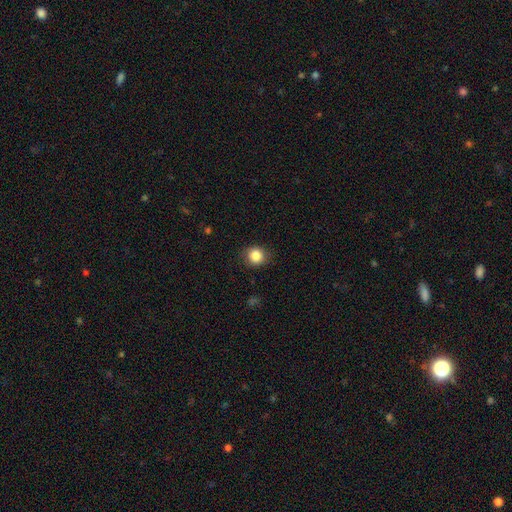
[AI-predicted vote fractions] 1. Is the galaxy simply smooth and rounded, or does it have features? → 85% smooth, 10% star or artifact, 5% featured or disk.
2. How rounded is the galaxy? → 85% round, 14% in between, 1% cigar-shaped.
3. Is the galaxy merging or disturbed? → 87% none, 9% minor disturbance, 3% major disturbance, 1% merger.